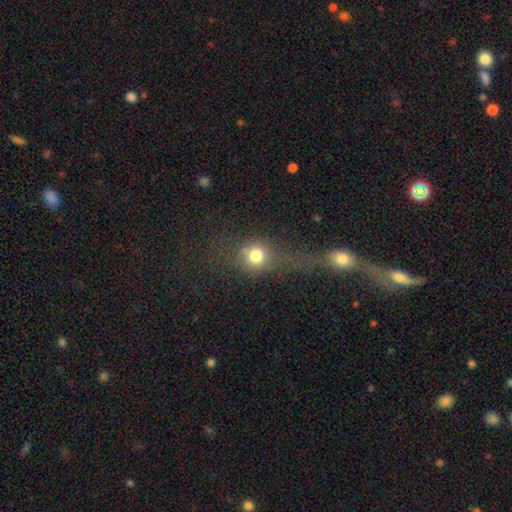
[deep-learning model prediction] Smooth or featured? smooth (69%)
How rounded? round (76%)
Merging? none (44%)